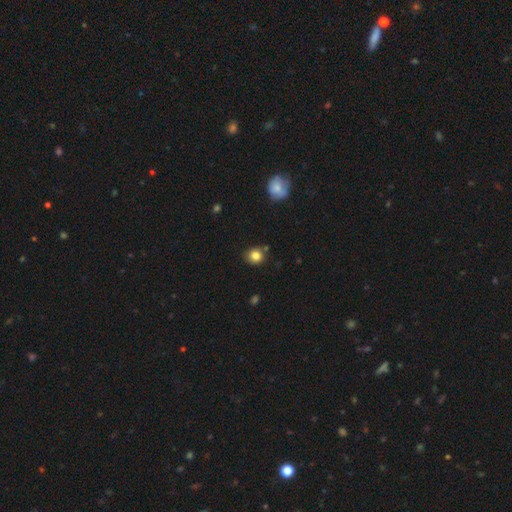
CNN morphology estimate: smooth-or-featured: smooth: 82% | star or artifact: 11% | featured or disk: 6%
  how-rounded: round: 83% | in between: 17% | cigar-shaped: 1%
  merging: none: 79% | minor disturbance: 12% | merger: 6% | major disturbance: 3%